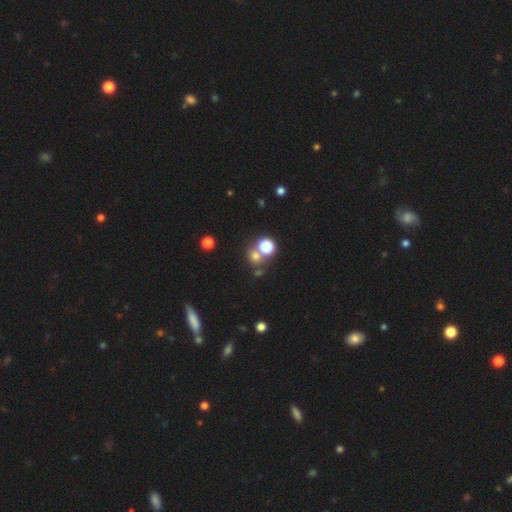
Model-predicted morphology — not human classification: Smooth or featured?
  - smooth: 67% *
  - star or artifact: 24%
  - featured or disk: 9%
How rounded?
  - round: 84% *
  - in between: 15%
  - cigar-shaped: 1%
Merging?
  - none: 59% *
  - merger: 29%
  - minor disturbance: 8%
  - major disturbance: 4%